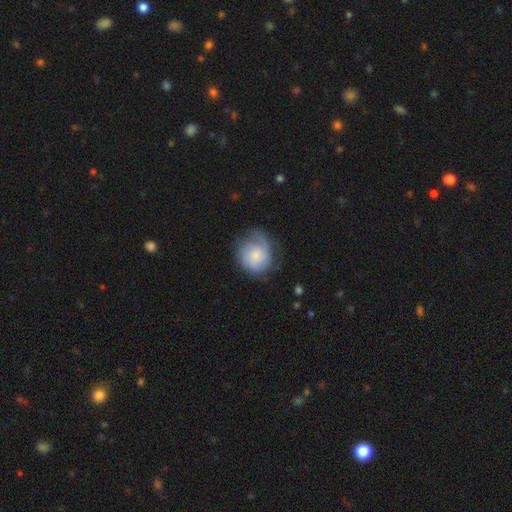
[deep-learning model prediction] Q: Smooth or featured?
A: featured or disk (47%); runner-up: smooth (46%)
Q: Merging?
A: none (52%); runner-up: minor disturbance (28%)